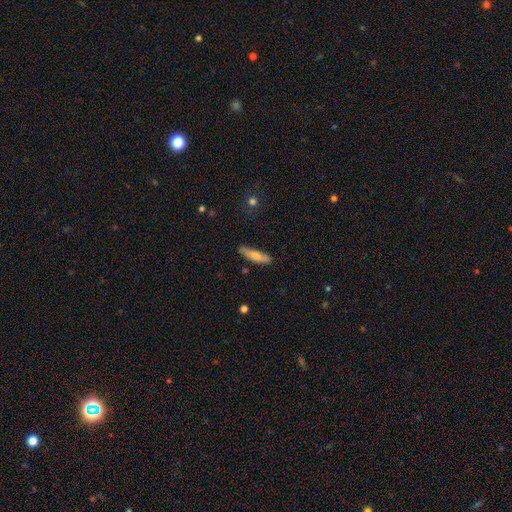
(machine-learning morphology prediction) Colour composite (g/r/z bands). It shows a smooth galaxy with no disk features (68%) that is cigar-shaped (69%). Merging: none (83%).